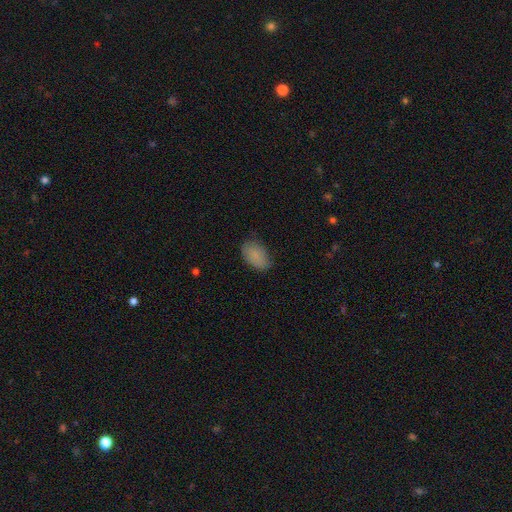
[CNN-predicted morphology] smooth_or_featured: smooth (p=0.86) [alt: star or artifact p=0.08]
how_rounded: in between (p=0.91) [alt: round p=0.07]
merging: none (p=0.75) [alt: minor disturbance p=0.19]